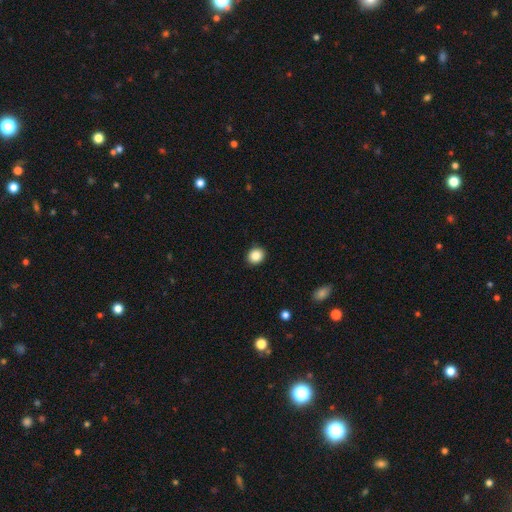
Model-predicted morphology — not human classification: Smooth or featured?
  - smooth: 87% *
  - star or artifact: 9%
  - featured or disk: 4%
How rounded?
  - round: 75% *
  - in between: 24%
  - cigar-shaped: 1%
Merging?
  - none: 91% *
  - minor disturbance: 6%
  - major disturbance: 2%
  - merger: 1%